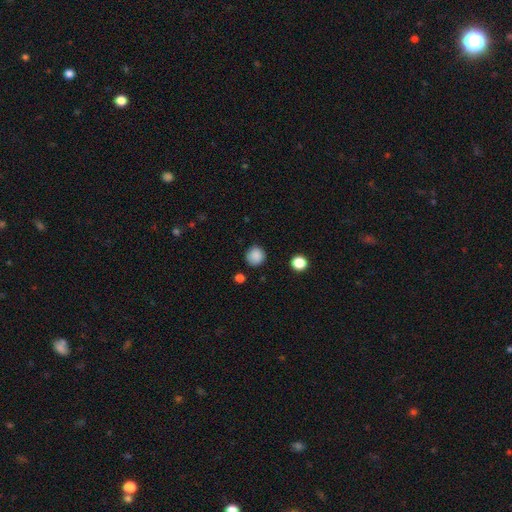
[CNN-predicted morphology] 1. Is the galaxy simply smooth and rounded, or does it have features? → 87% smooth, 10% star or artifact, 3% featured or disk.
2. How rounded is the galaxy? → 91% round, 8% in between, 1% cigar-shaped.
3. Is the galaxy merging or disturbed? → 85% none, 11% minor disturbance, 3% major disturbance, 2% merger.